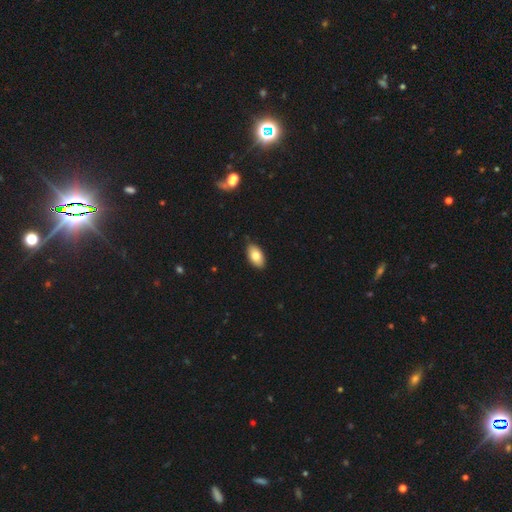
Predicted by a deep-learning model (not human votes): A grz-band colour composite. It shows a smooth galaxy with no disk features (80%) that is in between round and cigar-shaped (94%). Merging: none (87%).